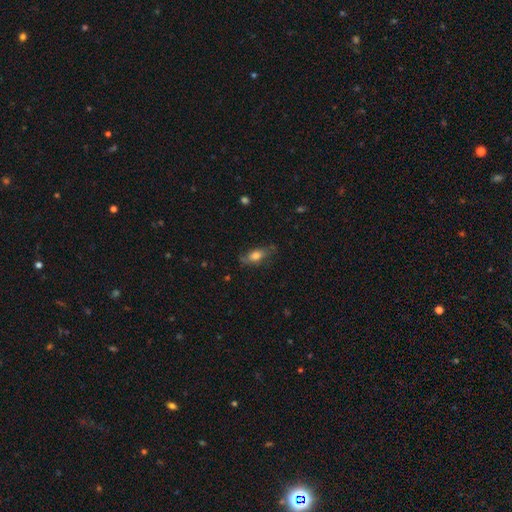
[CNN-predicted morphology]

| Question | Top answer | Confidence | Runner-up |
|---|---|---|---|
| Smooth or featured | smooth | 64% | featured or disk (26%) |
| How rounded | in between | 77% | cigar-shaped (17%) |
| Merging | none | 65% | minor disturbance (25%) |